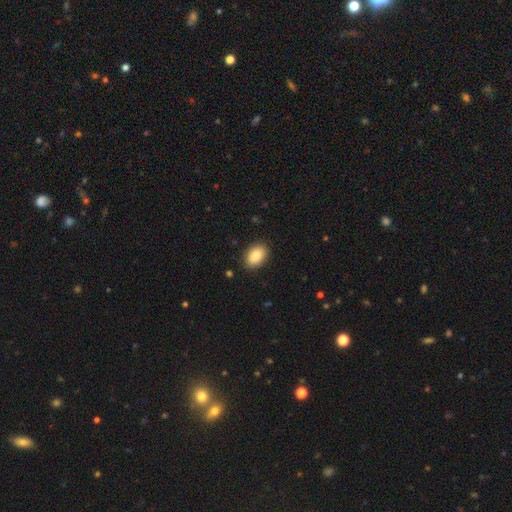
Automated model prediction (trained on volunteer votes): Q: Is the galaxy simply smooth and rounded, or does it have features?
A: smooth — 88%.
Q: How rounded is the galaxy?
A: in between — 87%.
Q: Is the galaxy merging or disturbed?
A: none — 88%.